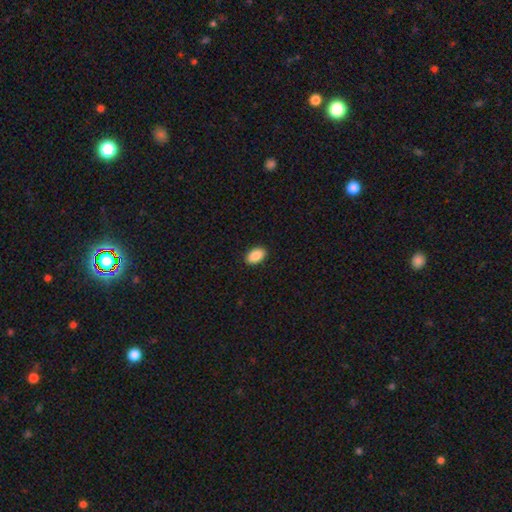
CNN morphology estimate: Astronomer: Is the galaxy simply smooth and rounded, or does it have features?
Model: smooth — 90%.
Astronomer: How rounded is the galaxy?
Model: in between — 93%.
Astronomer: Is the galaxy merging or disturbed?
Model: none — 91%.